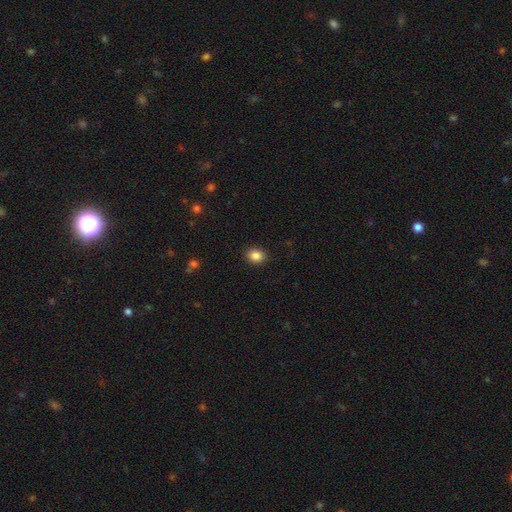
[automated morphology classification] This appears to be a smooth galaxy with no disk features (87%) that is round (51%). Merging: none (90%).